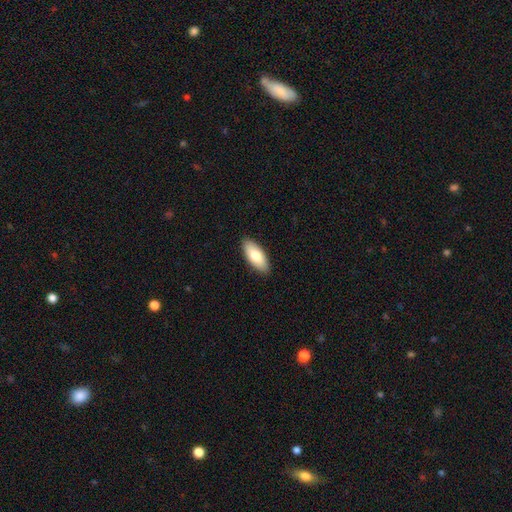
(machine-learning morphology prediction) Overall: smooth (78%). How rounded: in between (87%). Merging: none (90%).